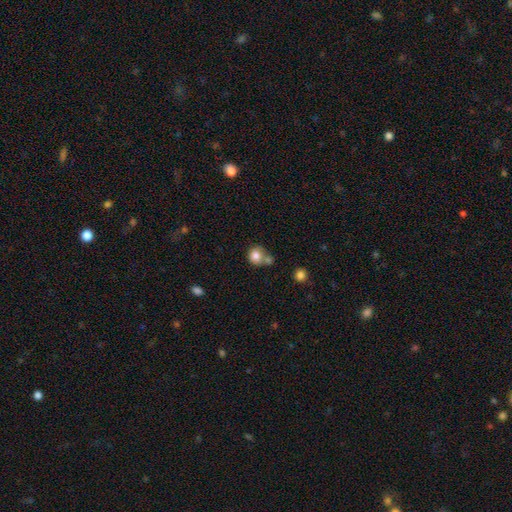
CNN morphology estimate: smooth_or_featured: smooth (p=0.80) [alt: star or artifact p=0.10]
how_rounded: round (p=0.84) [alt: in between p=0.15]
merging: none (p=0.49) [alt: merger p=0.33]